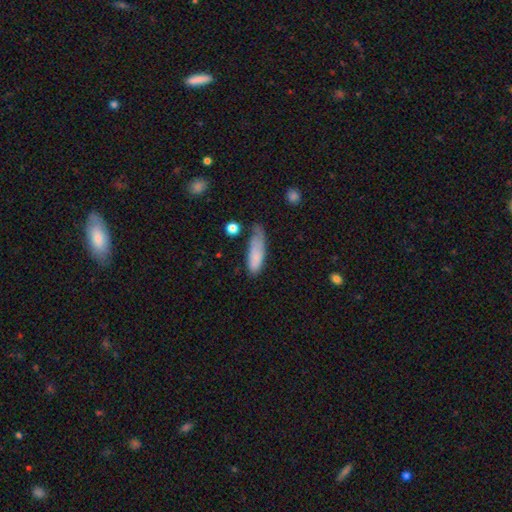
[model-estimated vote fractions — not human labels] The model was most divided on "how rounded" (2-way tie): cigar-shaped: 49%, in between: 49%, round: 2%. Remaining: smooth or featured — smooth (80%); merging — minor disturbance (40%).